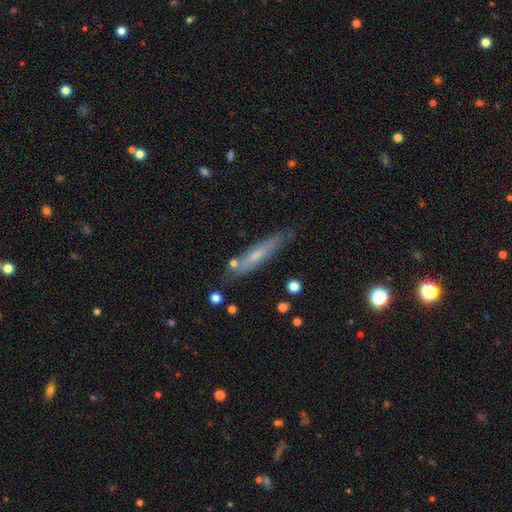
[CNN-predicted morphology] Smooth or featured: smooth — 48% (featured or disk — 45%)
Merging: none — 75% (minor disturbance — 17%)